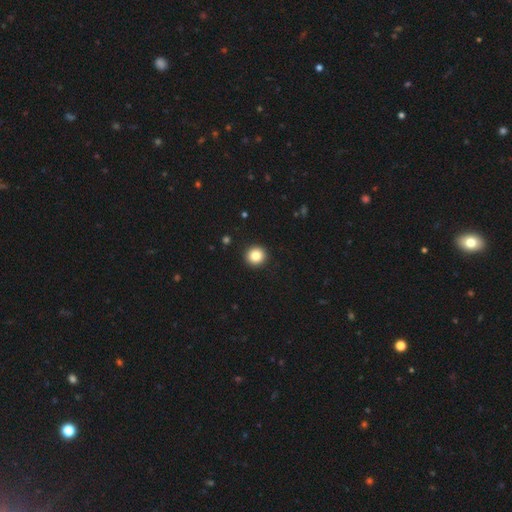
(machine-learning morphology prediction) type=smooth (84%); roundness=round (94%); merging=none (93%).